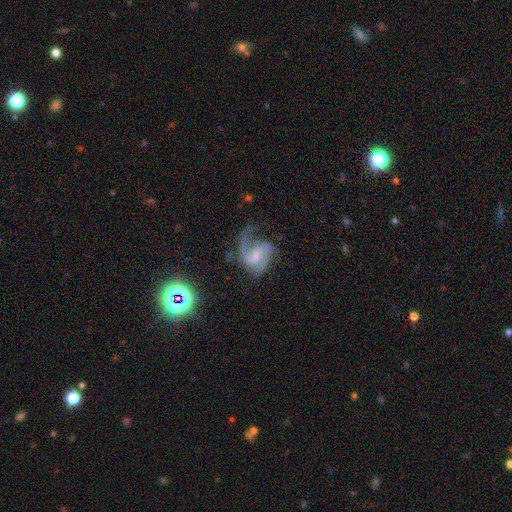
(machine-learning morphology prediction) This is clearly a featured or disk galaxy (87%). It is clearly not viewed edge-on (98%). Bar: possibly weak (54%). Spiral arm pattern: clearly yes (97%). Spiral arm count: possibly 2 (46%). Spiral winding: possibly medium (54%). Central bulge: marginally small (44%). Merging: possibly none (51%).